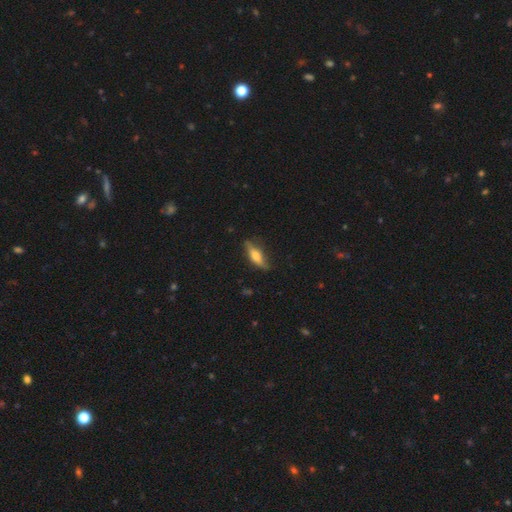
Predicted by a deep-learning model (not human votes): smooth-or-featured: smooth: 60% | featured or disk: 33% | star or artifact: 7%
  how-rounded: cigar-shaped: 49% (tied) | in between: 49% (tied) | round: 3%
  merging: none: 73% | minor disturbance: 21% | major disturbance: 4% | merger: 1%